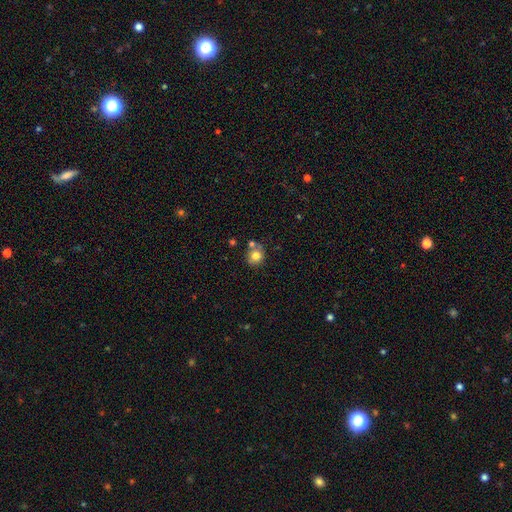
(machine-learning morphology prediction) type=smooth (78%); roundness=round (83%); merging=none (61%).